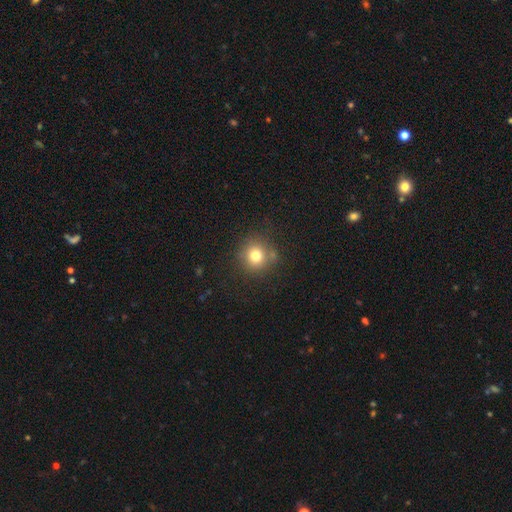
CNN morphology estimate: type=smooth (77%); roundness=round (91%); merging=none (79%).